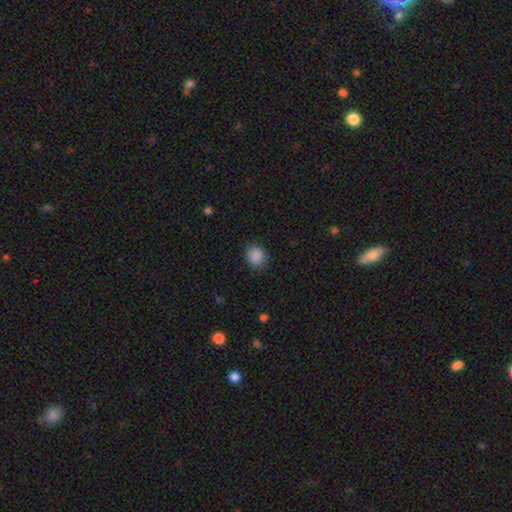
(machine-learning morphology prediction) This appears to be a smooth galaxy with no disk features (88%) that is round (75%). Merging: none (86%).